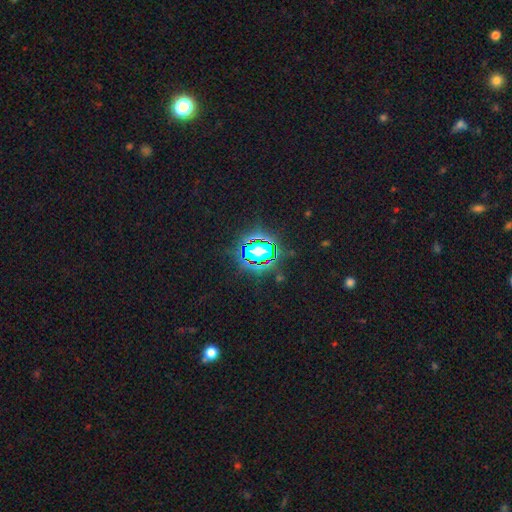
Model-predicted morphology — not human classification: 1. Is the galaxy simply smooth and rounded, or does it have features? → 80% star or artifact, 13% smooth, 7% featured or disk.